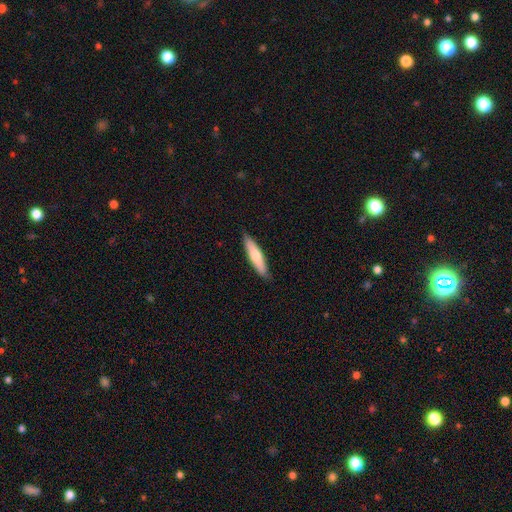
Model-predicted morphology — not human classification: Smooth or featured? smooth (70%)
How rounded? cigar-shaped (78%)
Merging? none (88%)